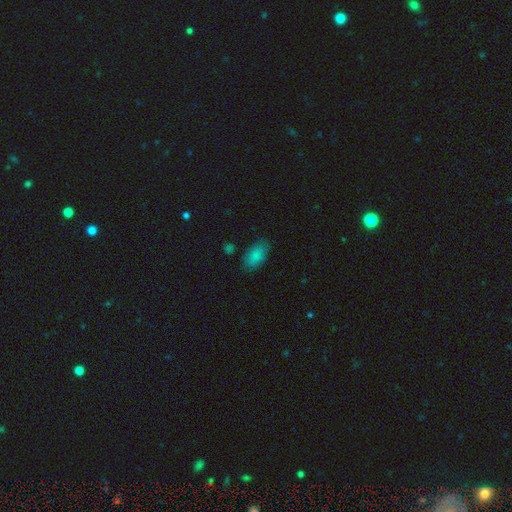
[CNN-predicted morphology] Smooth or featured? smooth (85%)
How rounded? in between (93%)
Merging? none (77%)